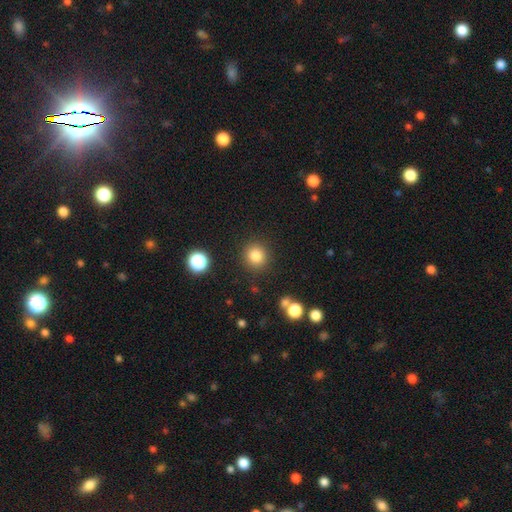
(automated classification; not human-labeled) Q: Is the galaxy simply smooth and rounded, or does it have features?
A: smooth — 82%.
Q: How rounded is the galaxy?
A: round — 92%.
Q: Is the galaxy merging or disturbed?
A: none — 88%.